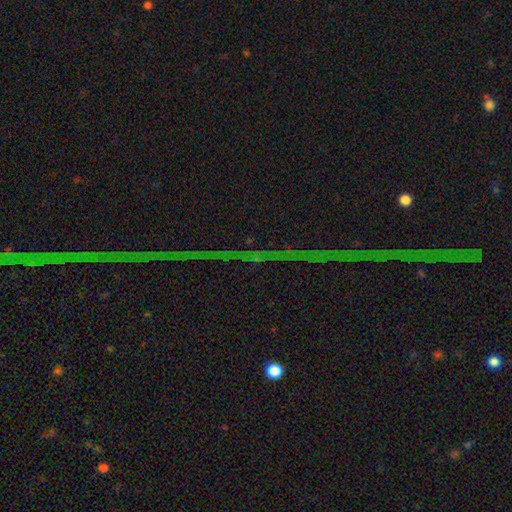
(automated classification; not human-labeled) Overall: star or artifact (84%).